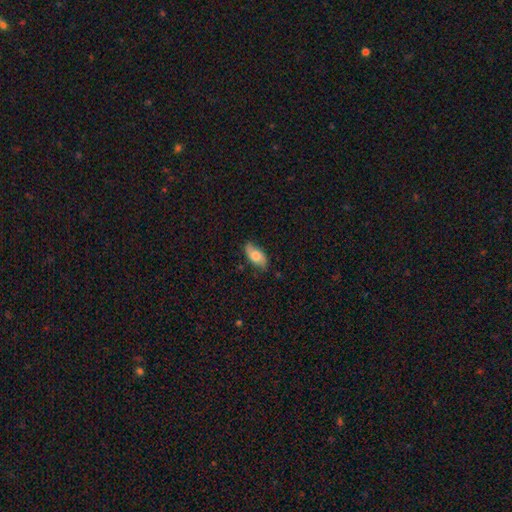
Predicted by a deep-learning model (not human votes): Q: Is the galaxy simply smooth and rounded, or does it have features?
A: smooth — 70%.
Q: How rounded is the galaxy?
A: in between — 90%.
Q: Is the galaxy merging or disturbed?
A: none — 75%.